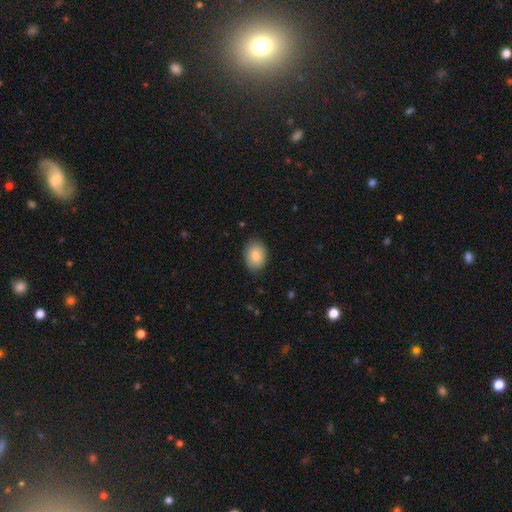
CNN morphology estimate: This appears to be a smooth galaxy with no disk features (86%) that is in between round and cigar-shaped (73%). Merging: none (85%).